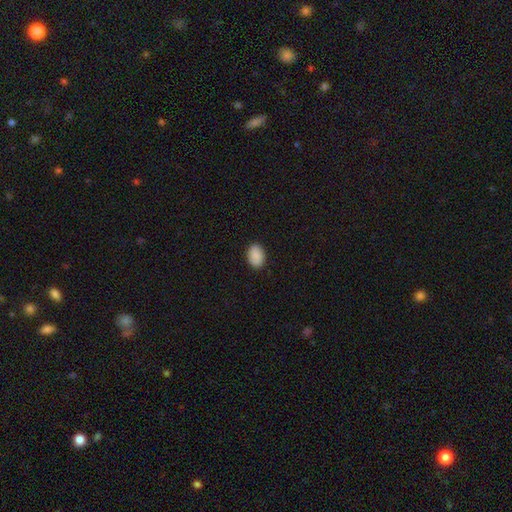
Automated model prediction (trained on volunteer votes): A smooth galaxy with no disk features (90%) that is in between round and cigar-shaped (82%).

Vote fractions:
- Smooth or featured? smooth: 90% / star or artifact: 7% / featured or disk: 2%
- How rounded? in between: 82% / round: 16% / cigar-shaped: 1%
- Merging? none: 89% / minor disturbance: 8% / major disturbance: 2% / merger: 1%